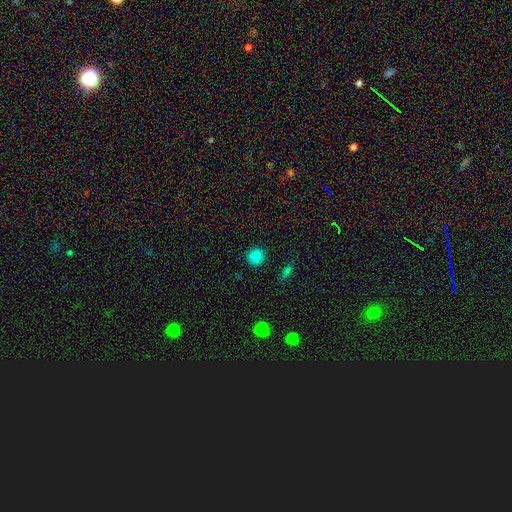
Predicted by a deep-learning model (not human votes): Overall: smooth (84%). How rounded: round (91%). Merging: none (90%).